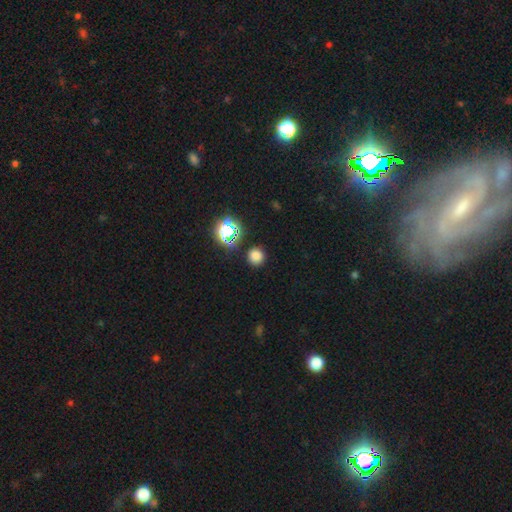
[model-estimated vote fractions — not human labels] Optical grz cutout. It shows a smooth galaxy with no disk features (74%) that is round (92%). Merging: none (88%).